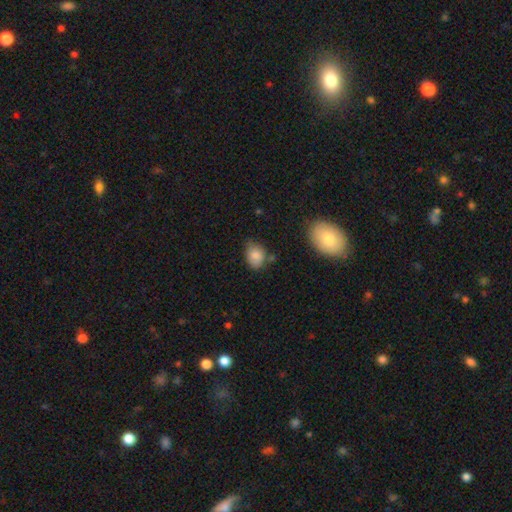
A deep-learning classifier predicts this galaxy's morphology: The model was most divided on "merging": none: 56%, minor disturbance: 31%, major disturbance: 6%, merger: 6%. More confident: smooth or featured — smooth (83%); how rounded — in between (63%).